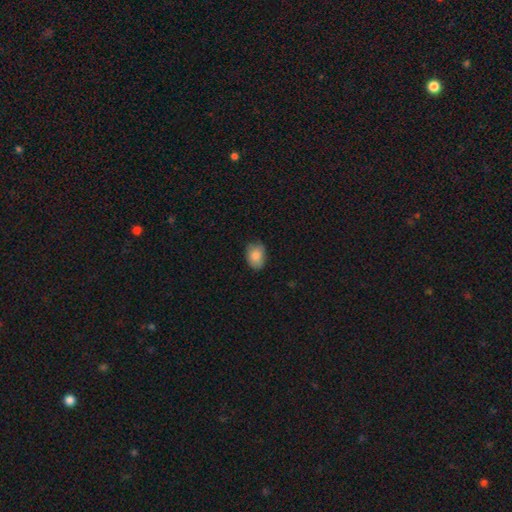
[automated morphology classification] A smooth galaxy with no disk features (84%) that is in between round and cigar-shaped (74%).

Vote fractions:
- Smooth or featured? smooth: 84% / featured or disk: 9% / star or artifact: 7%
- How rounded? in between: 74% / round: 25% / cigar-shaped: 1%
- Merging? none: 73% / minor disturbance: 22% / major disturbance: 4% / merger: 1%